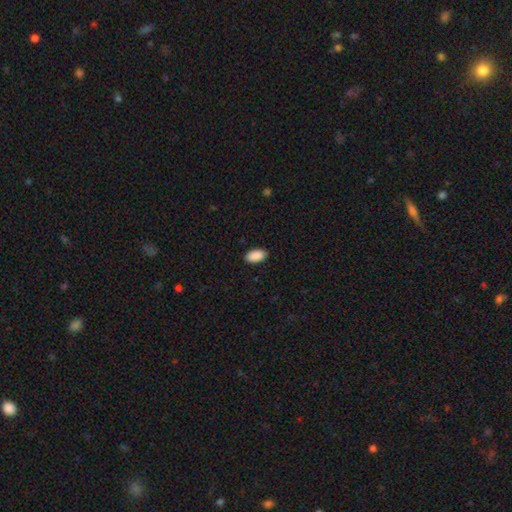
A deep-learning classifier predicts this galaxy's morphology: Smooth or featured: smooth — 91% (star or artifact — 7%)
How rounded: in between — 95% (round — 3%)
Merging: none — 89% (minor disturbance — 8%)